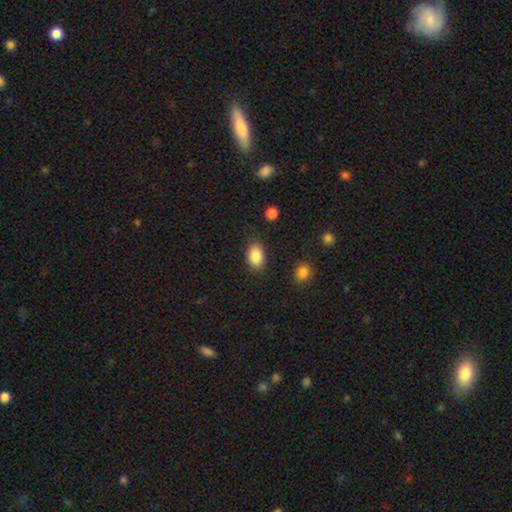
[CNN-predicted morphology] Smooth or featured: smooth — 87% (star or artifact — 7%)
How rounded: in between — 87% (round — 11%)
Merging: none — 85% (minor disturbance — 10%)